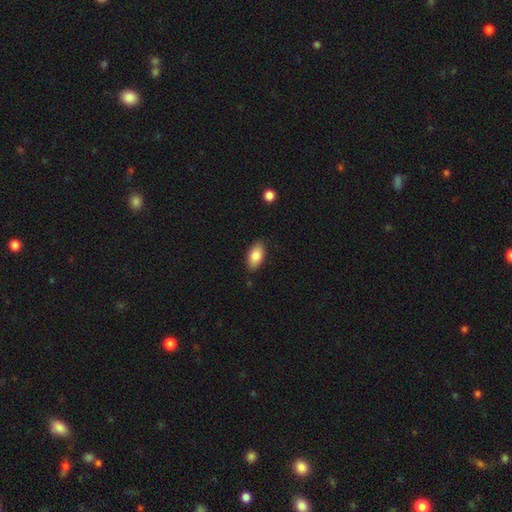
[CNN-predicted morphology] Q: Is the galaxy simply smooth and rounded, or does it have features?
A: smooth — 85%.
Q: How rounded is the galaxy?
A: in between — 93%.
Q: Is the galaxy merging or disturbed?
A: none — 84%.